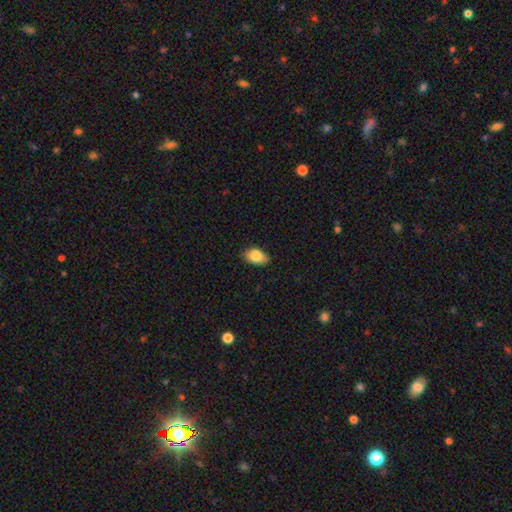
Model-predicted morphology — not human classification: Q: Smooth or featured?
A: smooth (86%); runner-up: star or artifact (7%)
Q: How rounded?
A: in between (89%); runner-up: round (9%)
Q: Merging?
A: none (76%); runner-up: minor disturbance (20%)